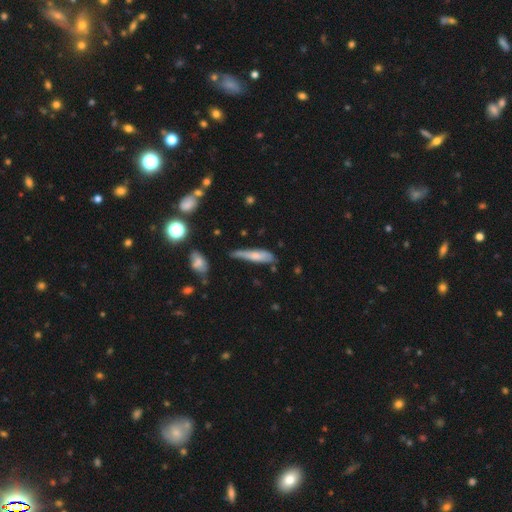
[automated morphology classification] Overall: smooth (63%; featured or disk 30%). How rounded: cigar-shaped (72%). Merging: none (40%; minor disturbance 39%).